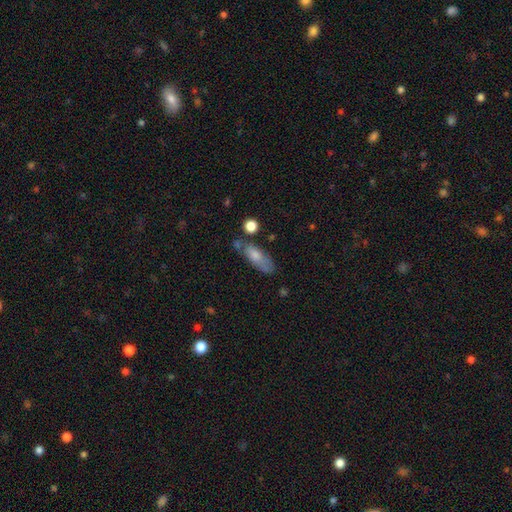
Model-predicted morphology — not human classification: Smooth or featured? smooth (72%)
How rounded? in between (67%)
Merging? none (52%)